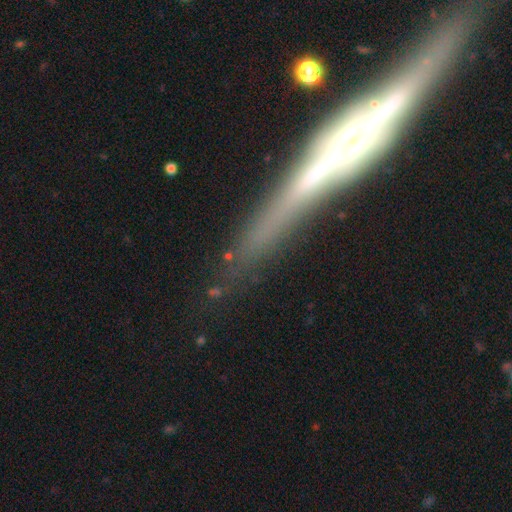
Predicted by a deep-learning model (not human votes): Smooth or featured? featured or disk (70%)
Edge-on disk? yes (91%)
Edge-on bulge? rounded (60%)
Merging? none (75%)